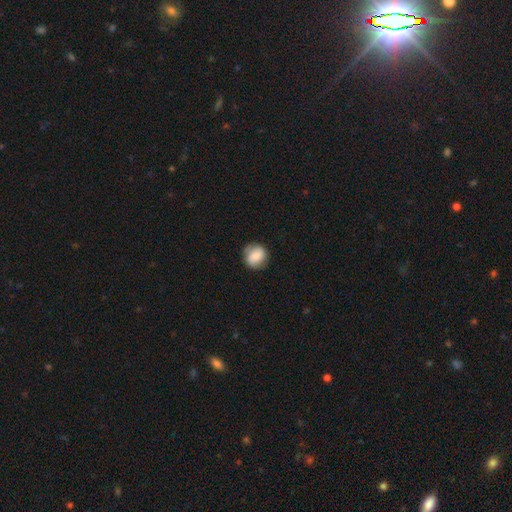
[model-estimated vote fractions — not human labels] Smooth or featured? smooth (78%)
How rounded? round (83%)
Merging? none (80%)